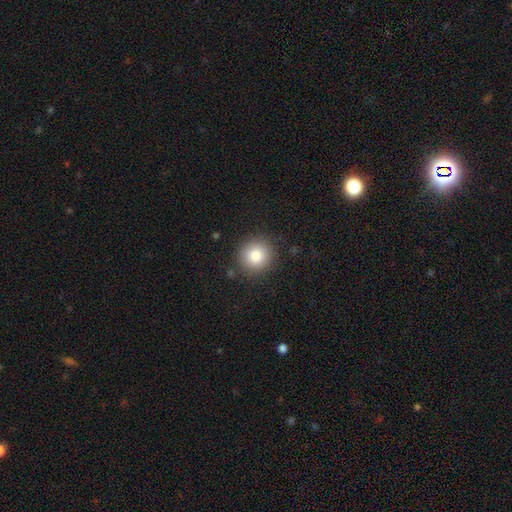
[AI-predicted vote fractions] This appears to be a smooth galaxy with no disk features (83%) that is round (93%). Merging: none (89%).